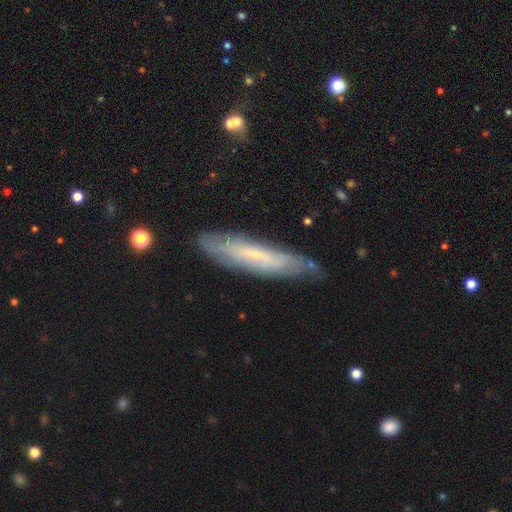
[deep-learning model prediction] Morphology: type=featured or disk (51%); edge-on=yes (57%); merging=none (74%).